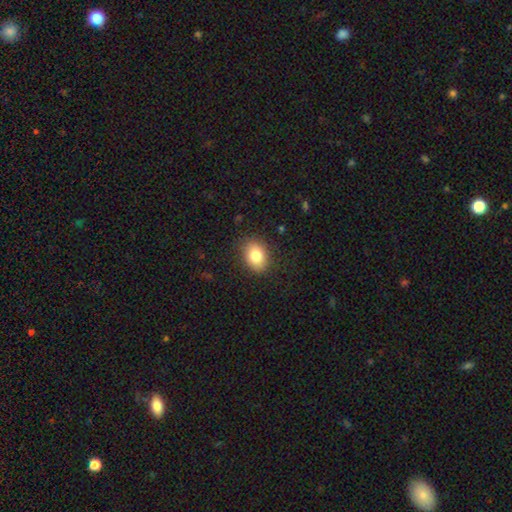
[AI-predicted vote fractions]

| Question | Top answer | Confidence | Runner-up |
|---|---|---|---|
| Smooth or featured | smooth | 83% | star or artifact (9%) |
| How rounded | in between | 70% | round (29%) |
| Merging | none | 86% | minor disturbance (11%) |